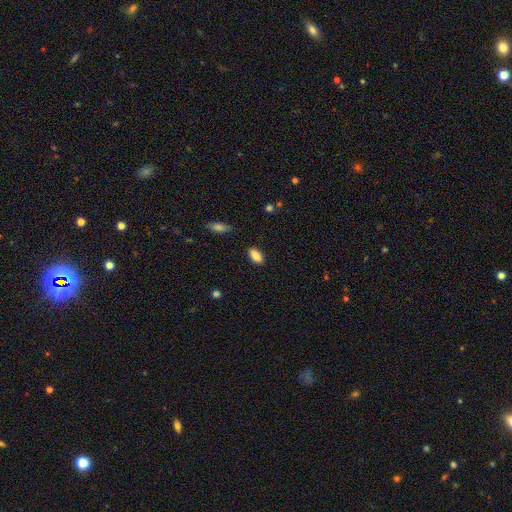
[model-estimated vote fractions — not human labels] Smooth or featured: smooth — 87% (star or artifact — 8%)
How rounded: in between — 89% (cigar-shaped — 8%)
Merging: none — 87% (minor disturbance — 10%)